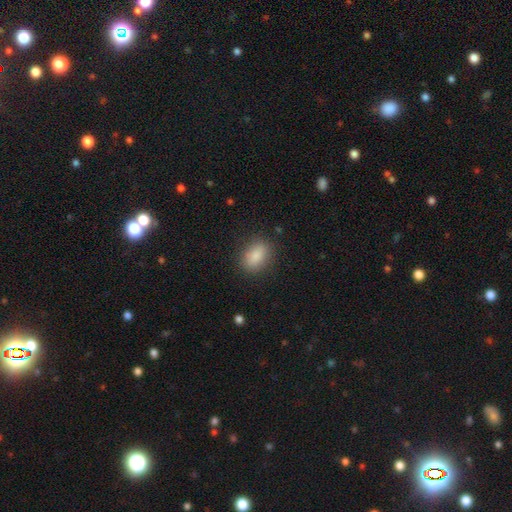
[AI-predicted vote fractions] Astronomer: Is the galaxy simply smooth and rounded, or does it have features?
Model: smooth — 86%.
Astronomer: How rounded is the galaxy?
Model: in between — 78%.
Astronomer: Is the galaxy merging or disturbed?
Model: none — 83%.